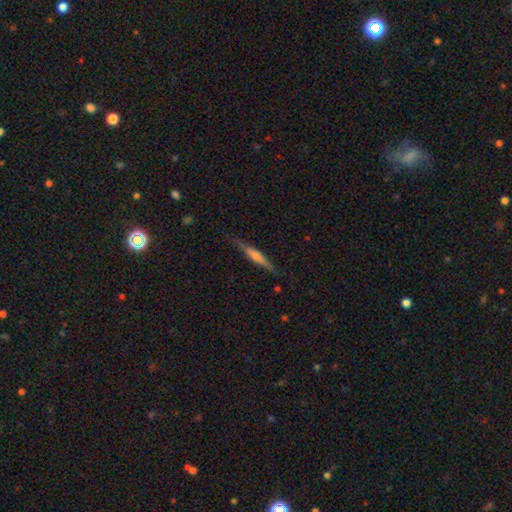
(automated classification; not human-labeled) This is likely a featured or disk galaxy (68%). It is clearly viewed edge-on (98%). Edge-on bulge: likely rounded (65%). Merging: clearly none (87%).